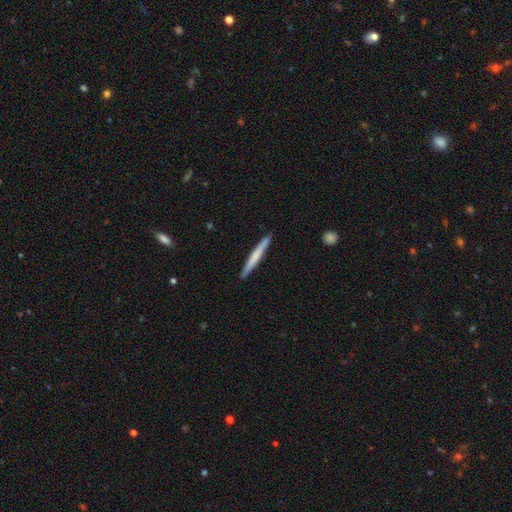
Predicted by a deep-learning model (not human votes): This is possibly a smooth galaxy (60%). How rounded: clearly cigar-shaped (97%). Merging: clearly none (90%).